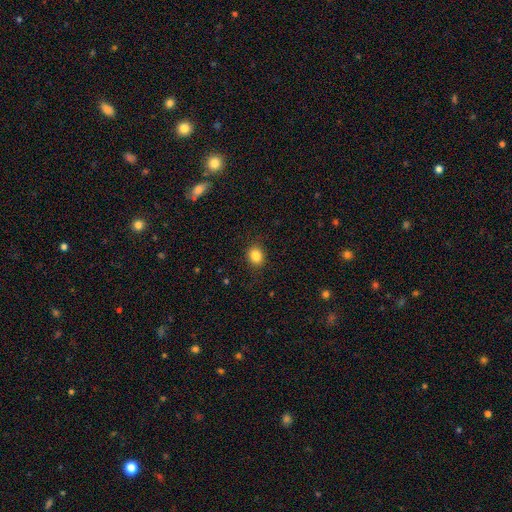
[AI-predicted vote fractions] Smooth or featured: smooth — 84% (star or artifact — 10%)
How rounded: round — 60% (in between — 39%)
Merging: none — 88% (minor disturbance — 8%)